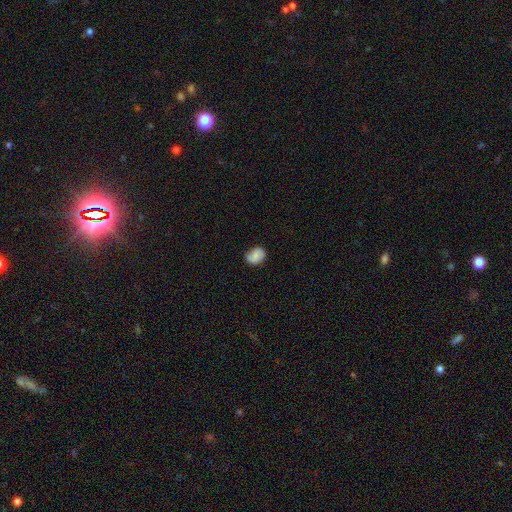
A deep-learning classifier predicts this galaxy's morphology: smooth-or-featured: smooth: 72% | featured or disk: 19% | star or artifact: 8%
  how-rounded: in between: 58% | round: 41% | cigar-shaped: 1%
  merging: none: 67% | minor disturbance: 26% | major disturbance: 5% | merger: 2%